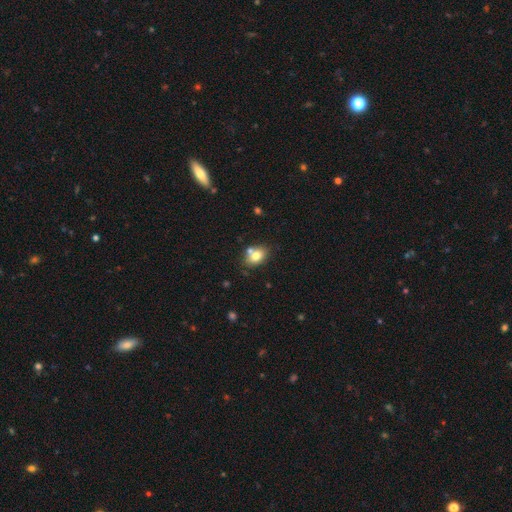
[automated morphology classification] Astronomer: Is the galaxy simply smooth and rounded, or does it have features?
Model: smooth — 77%.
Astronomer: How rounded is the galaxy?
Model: in between — 74%.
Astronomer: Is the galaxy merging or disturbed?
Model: none — 63%.